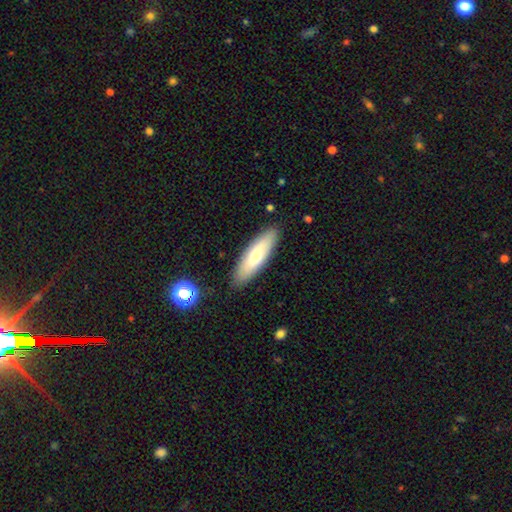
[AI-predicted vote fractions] Morphology: type=smooth (67%); roundness=cigar-shaped (56%); merging=none (87%).